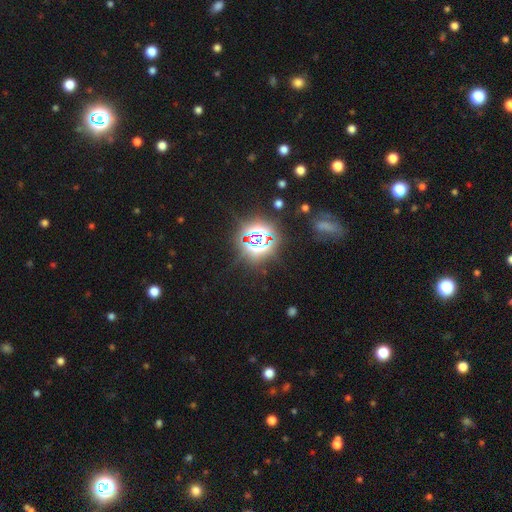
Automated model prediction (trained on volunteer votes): Smooth or featured?
  - star or artifact: 81% *
  - smooth: 12%
  - featured or disk: 7%